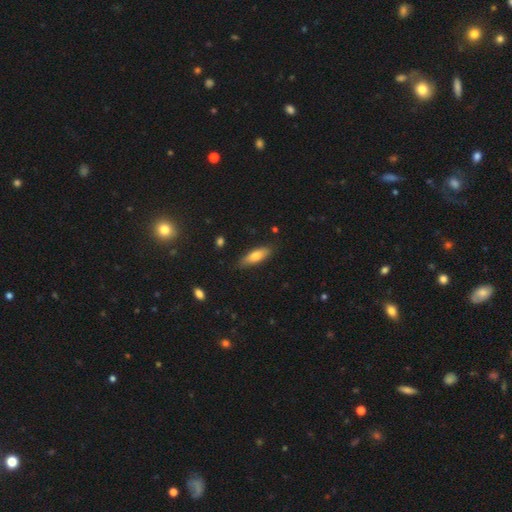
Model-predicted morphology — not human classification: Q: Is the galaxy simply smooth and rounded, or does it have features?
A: smooth — 72%.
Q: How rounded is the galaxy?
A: in between — 53%.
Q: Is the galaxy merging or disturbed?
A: none — 84%.